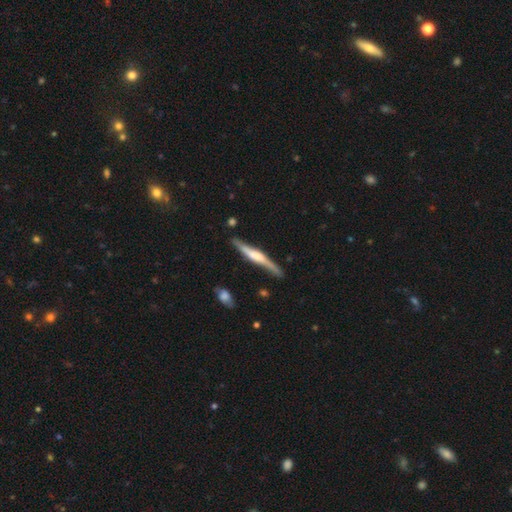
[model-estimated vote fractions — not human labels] This is likely a featured or disk galaxy (69%). It is clearly viewed edge-on (94%). Edge-on bulge: likely rounded (61%). Merging: clearly none (81%).